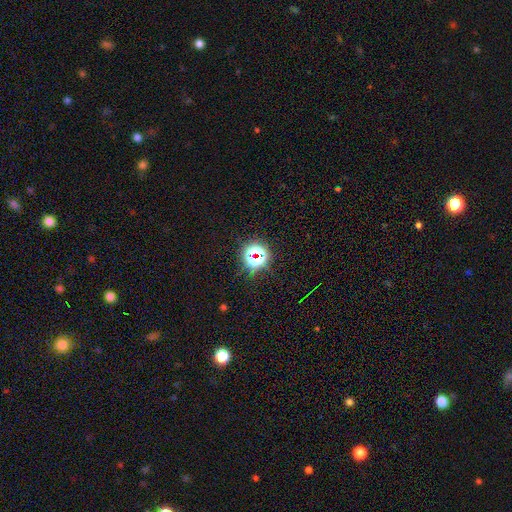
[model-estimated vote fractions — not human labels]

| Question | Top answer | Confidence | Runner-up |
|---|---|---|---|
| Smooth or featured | star or artifact | 71% | smooth (20%) |